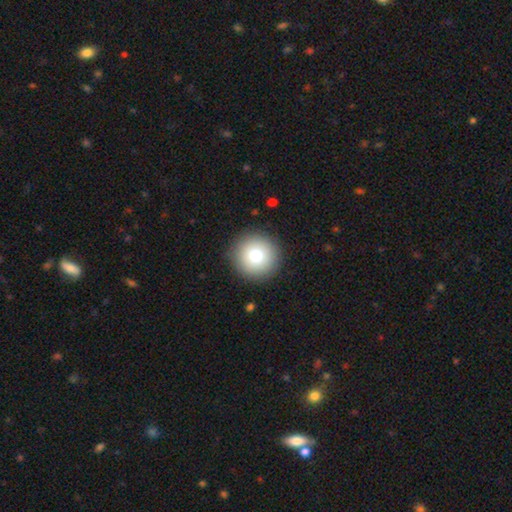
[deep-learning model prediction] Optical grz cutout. It shows a smooth galaxy with no disk features (80%) that is round (95%). Merging: none (90%).